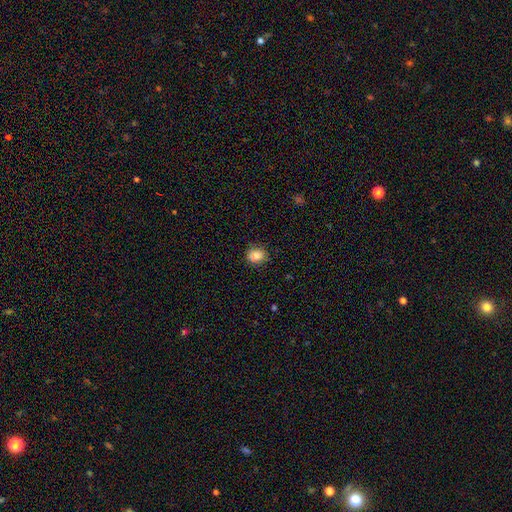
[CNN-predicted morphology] smooth-or-featured: smooth: 84% | star or artifact: 10% | featured or disk: 6%
  how-rounded: in between: 50% | round: 49% | cigar-shaped: 1%
  merging: none: 82% | minor disturbance: 14% | major disturbance: 3% | merger: 1%